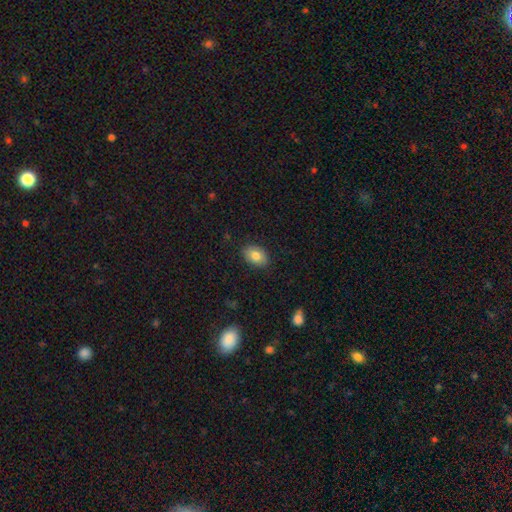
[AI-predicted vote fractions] Overall: smooth (81%). How rounded: in between (83%). Merging: none (87%).